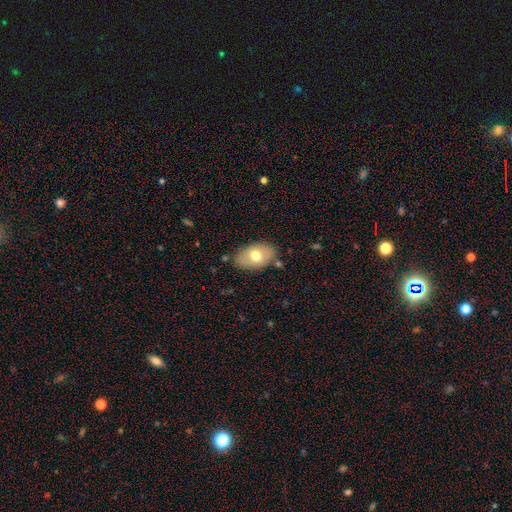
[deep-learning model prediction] This is likely a smooth galaxy (65%). How rounded: clearly in between (90%). Merging: likely none (79%).